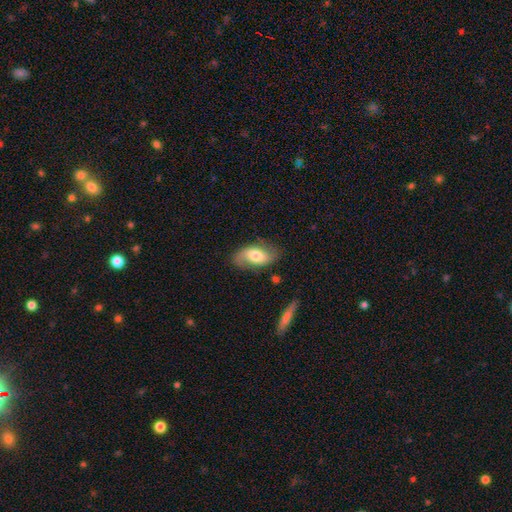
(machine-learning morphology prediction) smooth-or-featured: featured or disk: 48% | smooth: 45% | star or artifact: 7%
  merging: none: 69% | minor disturbance: 21% | major disturbance: 8% | merger: 2%